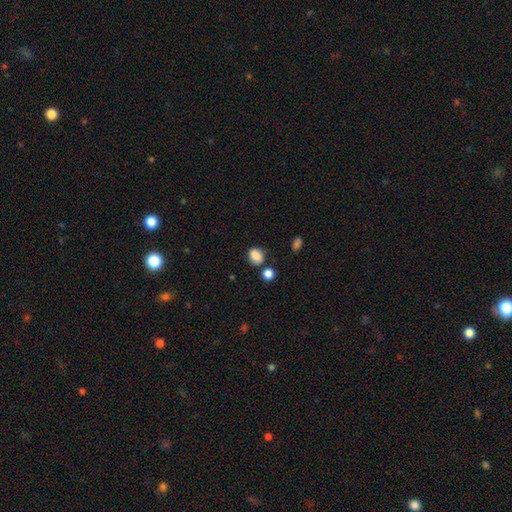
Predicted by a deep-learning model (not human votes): Smooth or featured? Predicted: smooth (p=0.85). How rounded? Predicted: in between (p=0.55). Merging? Predicted: none (p=0.69).